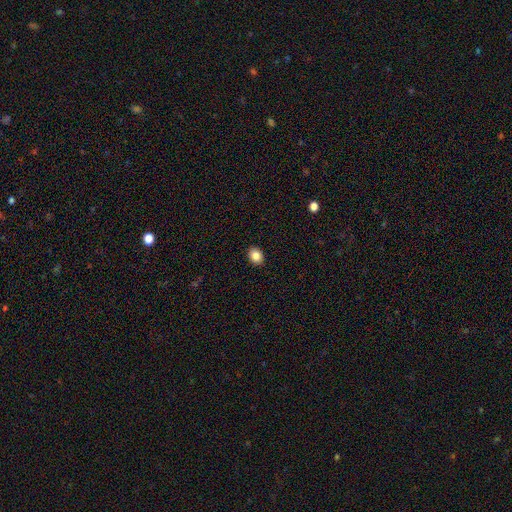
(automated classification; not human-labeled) Smooth or featured? smooth (86%)
How rounded? in between (58%)
Merging? none (91%)